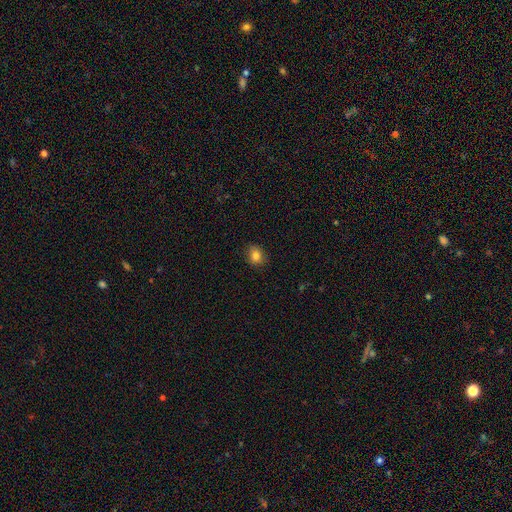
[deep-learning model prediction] This is clearly a smooth galaxy (83%). How rounded: likely round (62%). Merging: clearly none (86%).